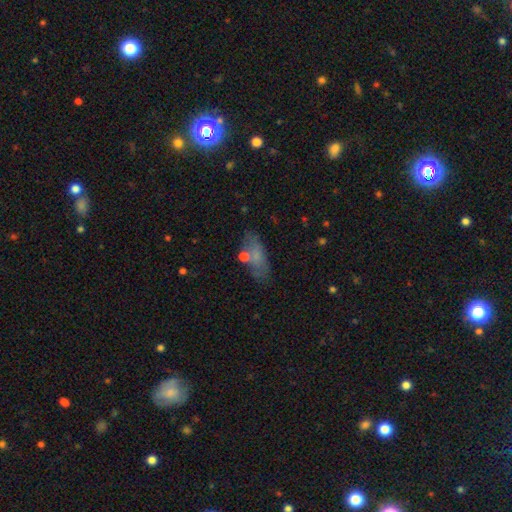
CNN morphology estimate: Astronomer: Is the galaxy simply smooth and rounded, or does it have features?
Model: smooth — 66%.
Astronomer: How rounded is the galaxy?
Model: in between — 76%.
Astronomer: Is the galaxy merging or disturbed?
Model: none — 64%.